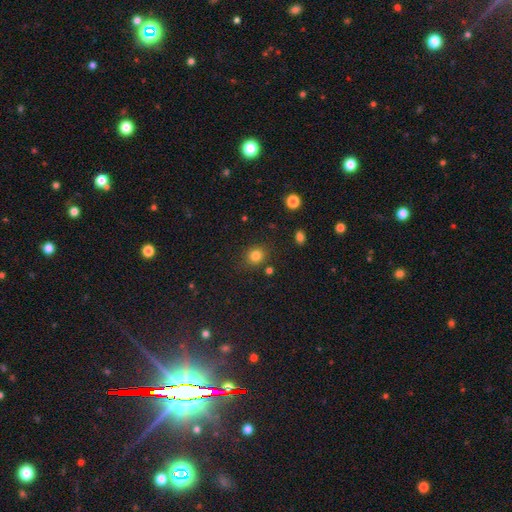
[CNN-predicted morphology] A smooth galaxy with no disk features (82%) that is round (80%). Merging: none (83%).